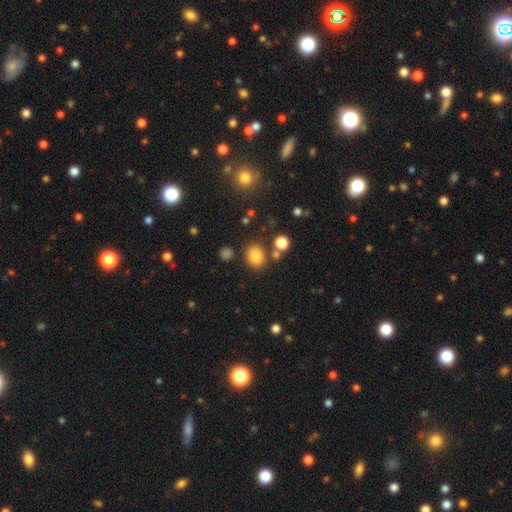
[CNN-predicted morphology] Smooth or featured: smooth — 82% (star or artifact — 13%)
How rounded: round — 54% (in between — 45%)
Merging: none — 76% (minor disturbance — 11%)